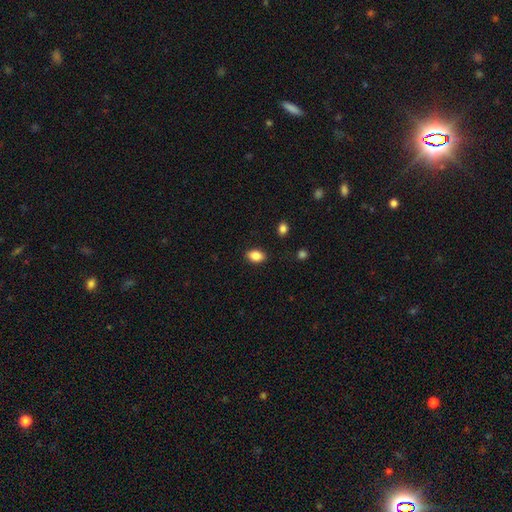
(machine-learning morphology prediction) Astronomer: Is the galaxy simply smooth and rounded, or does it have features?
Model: smooth — 86%.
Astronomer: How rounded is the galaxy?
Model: in between — 86%.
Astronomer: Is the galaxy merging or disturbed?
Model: none — 87%.